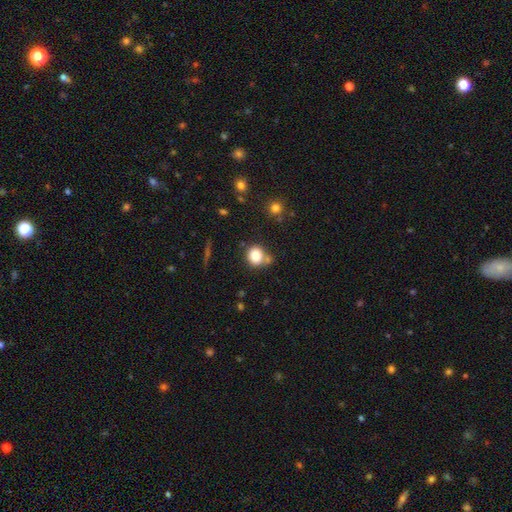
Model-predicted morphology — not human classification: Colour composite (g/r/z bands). It shows a smooth galaxy with no disk features (83%) that is round (75%). Merging: none (65%).